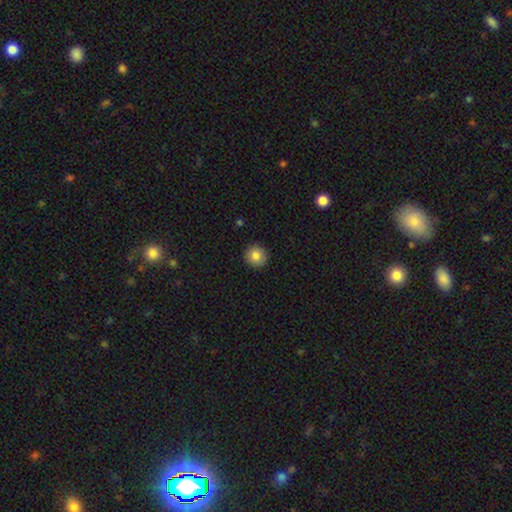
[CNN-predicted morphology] Smooth or featured? smooth (84%)
How rounded? round (93%)
Merging? none (91%)